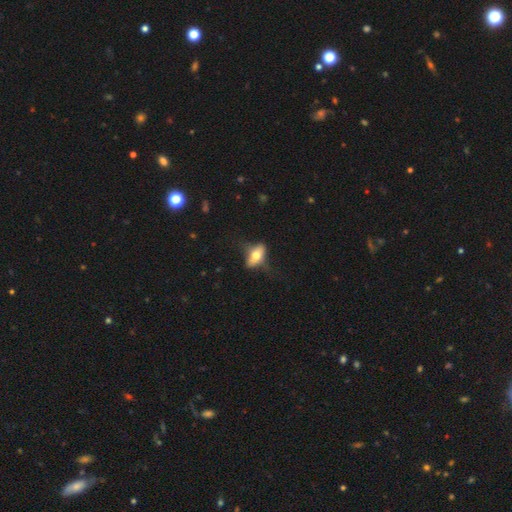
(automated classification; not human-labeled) smooth-or-featured: smooth: 59% | featured or disk: 33% | star or artifact: 8%
  how-rounded: in between: 82% | cigar-shaped: 9% | round: 8%
  merging: none: 55% | minor disturbance: 26% | major disturbance: 16% | merger: 2%